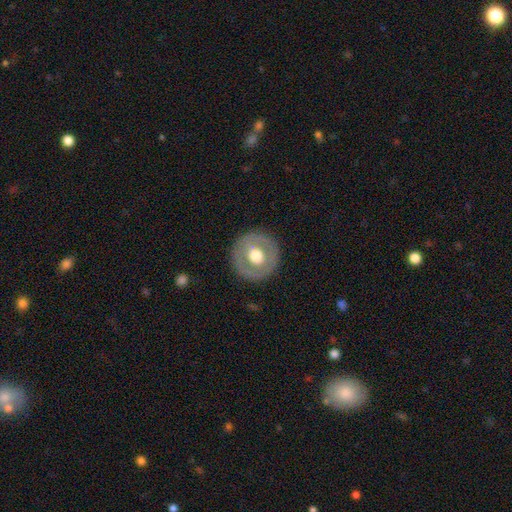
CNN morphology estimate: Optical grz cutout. It shows a smooth galaxy with no disk features (51%) that is round (95%). Merging: none (88%).